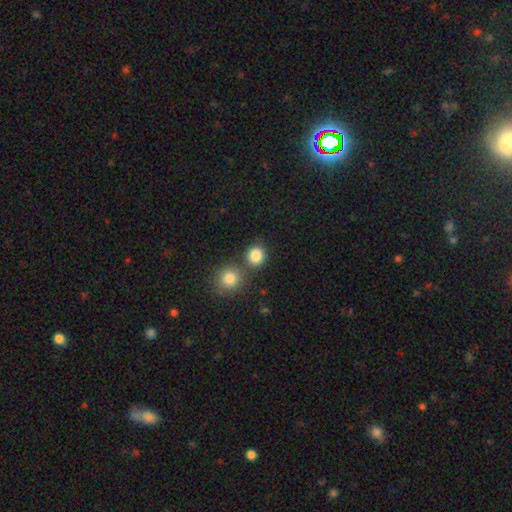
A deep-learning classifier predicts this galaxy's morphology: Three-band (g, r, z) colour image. It shows a smooth galaxy with no disk features (85%) that is round (80%). Merging: none (69%).